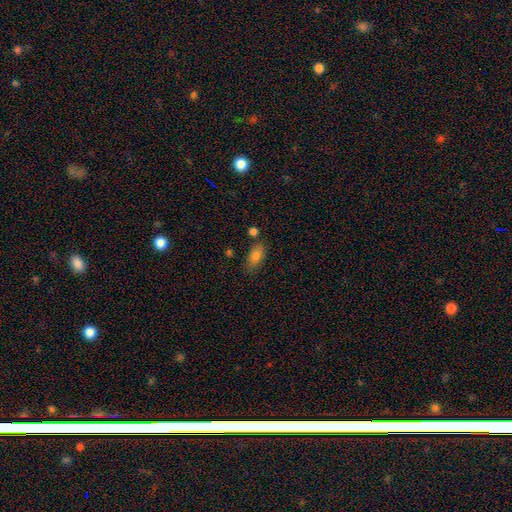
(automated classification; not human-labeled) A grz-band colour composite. It shows a smooth galaxy with no disk features (81%) that is in between round and cigar-shaped (88%). Merging: none (74%).